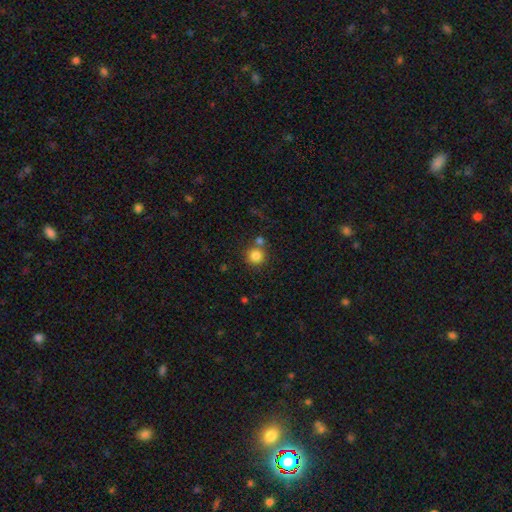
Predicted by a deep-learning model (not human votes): Smooth or featured?
  - smooth: 83% *
  - star or artifact: 11%
  - featured or disk: 6%
How rounded?
  - round: 94% *
  - in between: 6%
  - cigar-shaped: 1%
Merging?
  - none: 71% *
  - merger: 17%
  - minor disturbance: 8%
  - major disturbance: 3%